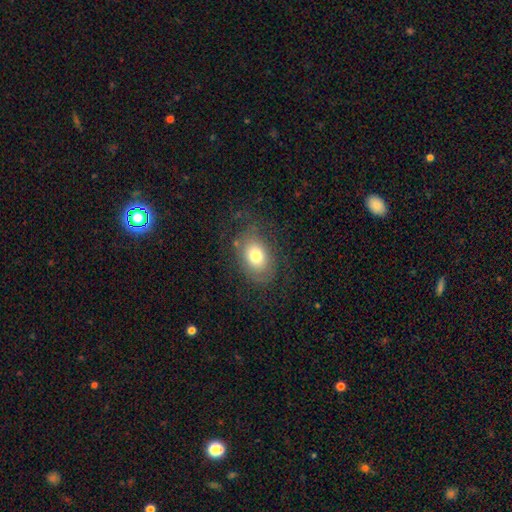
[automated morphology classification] A smooth galaxy with no disk features (66%) that is in between round and cigar-shaped (76%). Merging: none (68%).